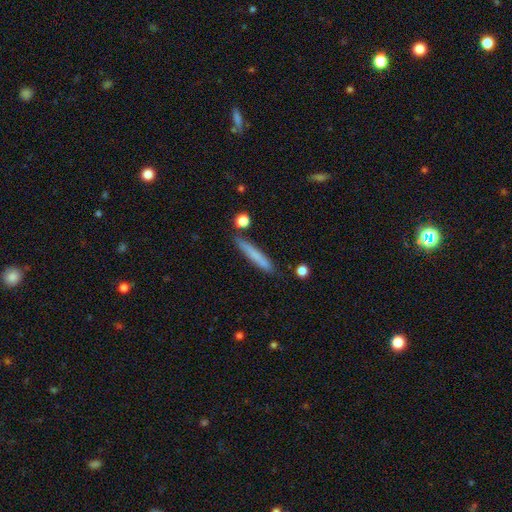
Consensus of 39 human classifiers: Volunteers were most divided on "smooth or featured": smooth: 67%, featured or disk: 26%, star or artifact: 8%. More confident: how rounded — cigar-shaped (96%); merging — none (94%).